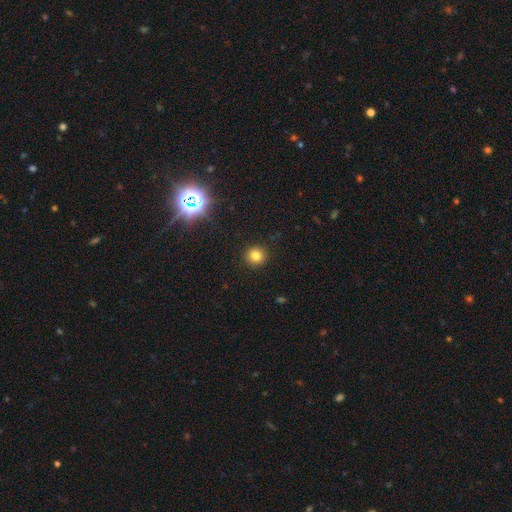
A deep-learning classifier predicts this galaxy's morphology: This appears to be a smooth galaxy with no disk features (80%) that is round (93%). Merging: none (92%).